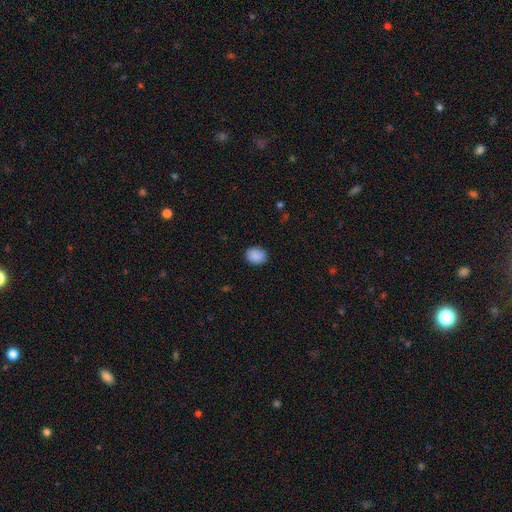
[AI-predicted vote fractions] Smooth or featured: smooth — 89% (star or artifact — 7%)
How rounded: round — 54% (in between — 45%)
Merging: none — 87% (minor disturbance — 10%)